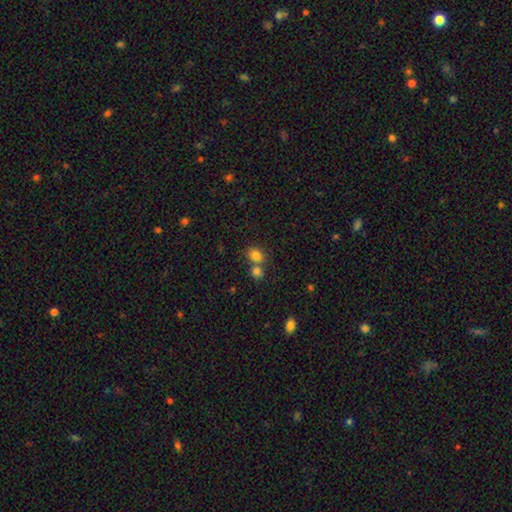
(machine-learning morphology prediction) Smooth or featured? smooth (81%)
How rounded? round (60%)
Merging? none (53%)